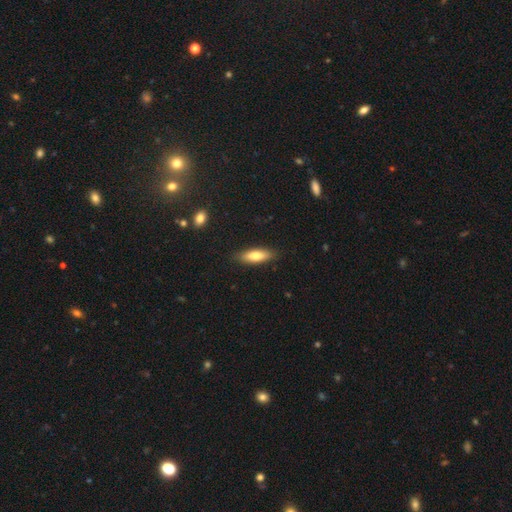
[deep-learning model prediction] A smooth galaxy with no disk features (72%) that is in between round and cigar-shaped (52%). Merging: none (86%).